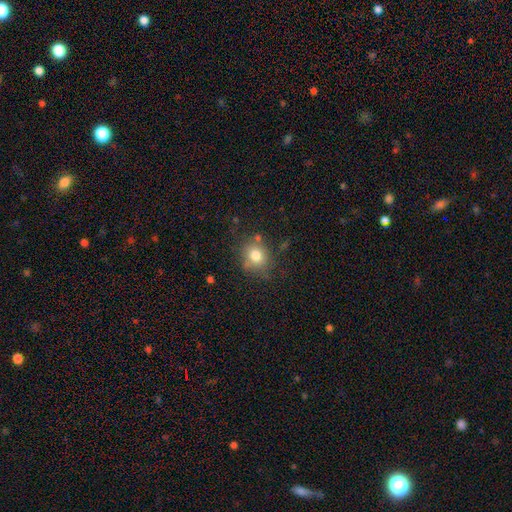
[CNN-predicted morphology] Q: Smooth or featured?
A: smooth (78%); runner-up: star or artifact (12%)
Q: How rounded?
A: round (72%); runner-up: in between (27%)
Q: Merging?
A: none (74%); runner-up: minor disturbance (16%)